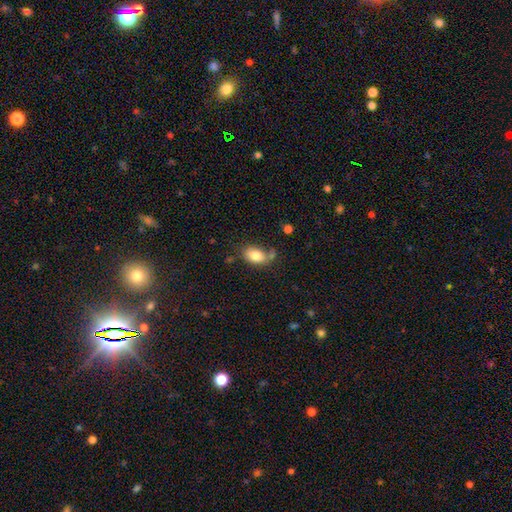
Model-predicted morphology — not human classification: smooth 81%, featured or disk 12%, star or artifact 8%. Down the decision tree: how rounded — in between (86%); merging — none (51%).